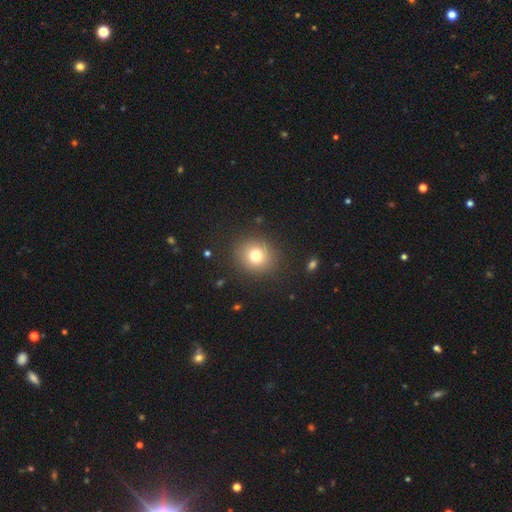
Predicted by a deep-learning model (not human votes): smooth_or_featured: smooth (p=0.76) [alt: star or artifact p=0.13]
how_rounded: round (p=0.83) [alt: in between p=0.16]
merging: none (p=0.89) [alt: minor disturbance p=0.07]